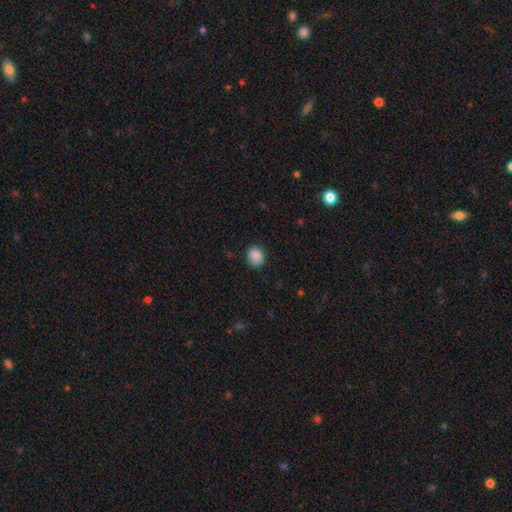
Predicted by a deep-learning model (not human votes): This appears to be a smooth galaxy with no disk features (89%) that is round (71%). Merging: none (84%).